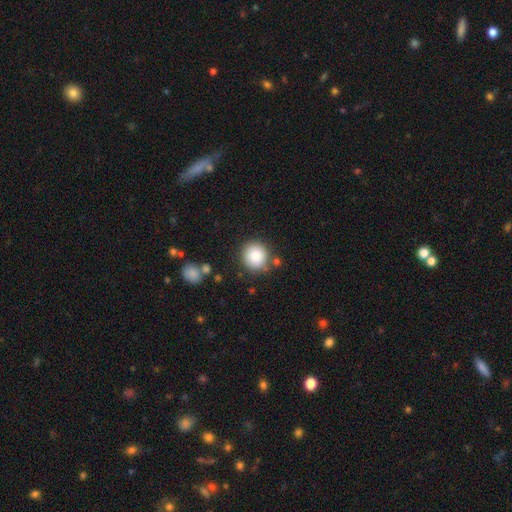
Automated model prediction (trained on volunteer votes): A smooth galaxy with no disk features (81%) that is round (92%). Merging: none (83%).